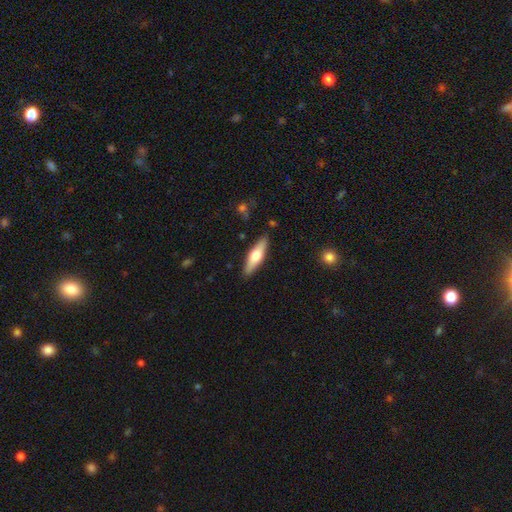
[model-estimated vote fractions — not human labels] Smooth or featured? smooth (53%)
How rounded? cigar-shaped (61%)
Merging? none (88%)